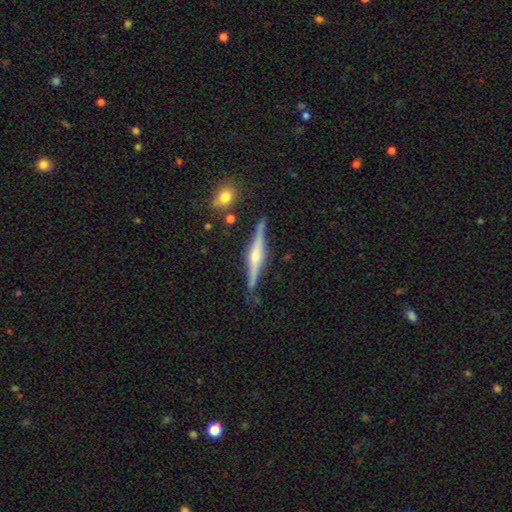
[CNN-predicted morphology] A featured or disk galaxy (79%) viewed edge-on (98%) with a rounded central bulge (78%).

Vote fractions:
- Smooth or featured? featured or disk: 79% / smooth: 15% / star or artifact: 6%
- Edge-on disk? yes: 98% / no: 2%
- Edge-on bulge? rounded: 78% / boxy: 16% / none: 5%
- Merging? none: 84% / minor disturbance: 11% / major disturbance: 3% / merger: 2%